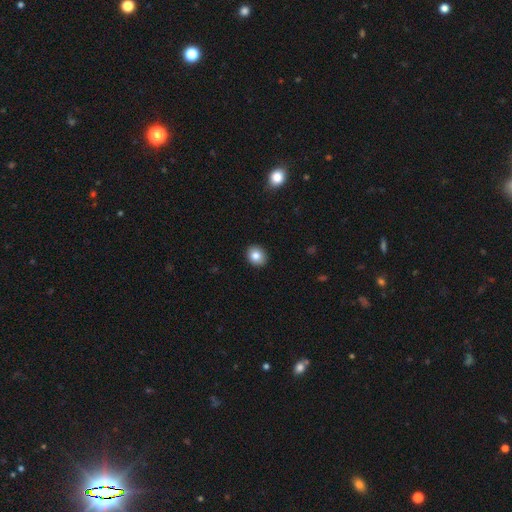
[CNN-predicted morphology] smooth-or-featured: smooth: 83% | star or artifact: 9% | featured or disk: 8%
  how-rounded: round: 63% | in between: 36% | cigar-shaped: 1%
  merging: none: 91% | minor disturbance: 6% | major disturbance: 2% | merger: 1%